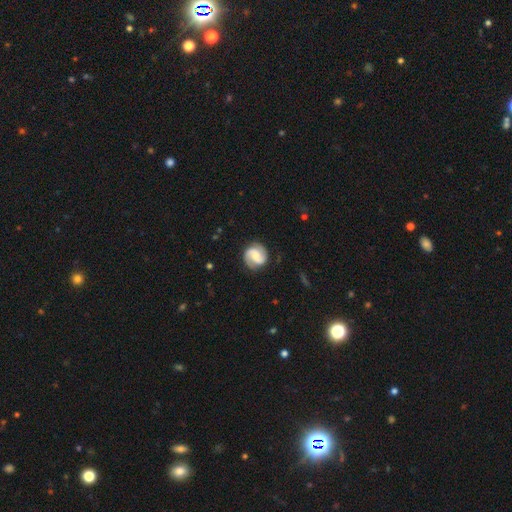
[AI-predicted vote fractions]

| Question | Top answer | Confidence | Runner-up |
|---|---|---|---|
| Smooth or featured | featured or disk | 79% | smooth (16%) |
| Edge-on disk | no | 98% | yes (2%) |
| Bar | weak | 46% | no (37%) |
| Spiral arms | yes | 96% | no (4%) |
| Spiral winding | medium | 46% | tight (34%) |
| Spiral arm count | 2 | 90% | can't tell (4%) |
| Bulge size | moderate | 43% | small (41%) |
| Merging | none | 84% | minor disturbance (11%) |